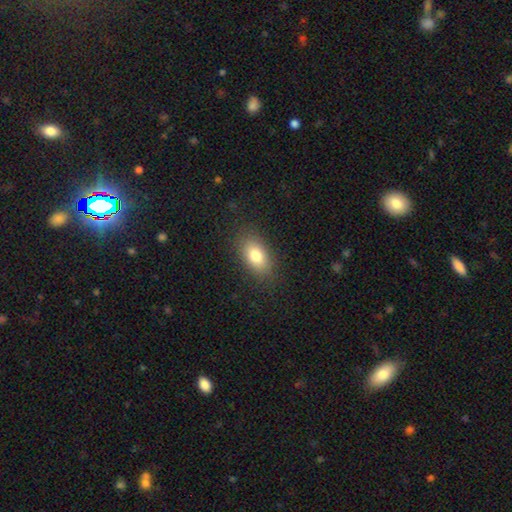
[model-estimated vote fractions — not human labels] Overall: smooth (80%). How rounded: in between (88%). Merging: none (85%).